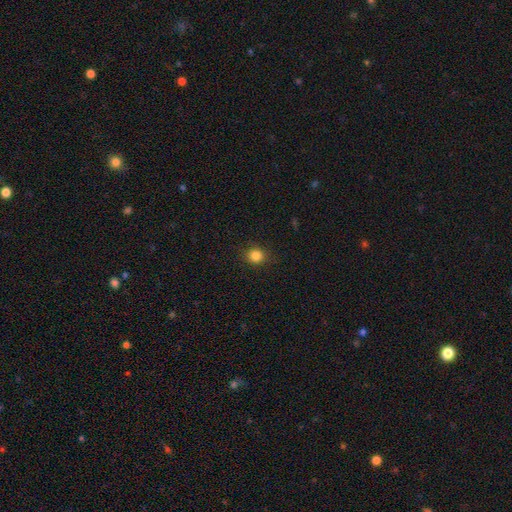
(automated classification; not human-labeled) Smooth or featured: smooth — 84% (star or artifact — 12%)
How rounded: round — 85% (in between — 14%)
Merging: none — 89% (minor disturbance — 8%)